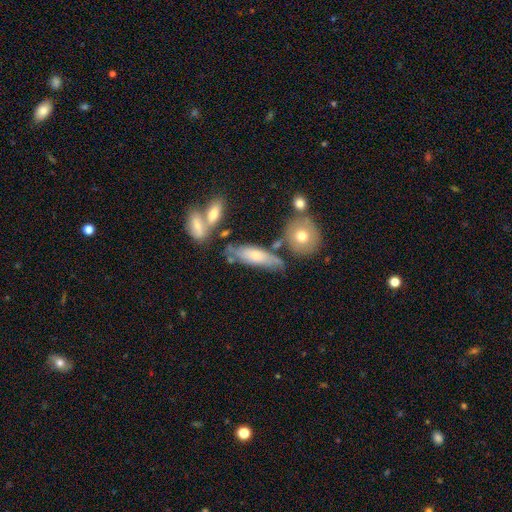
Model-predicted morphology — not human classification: type=smooth (57%); roundness=in between (54%); merging=none (53%).